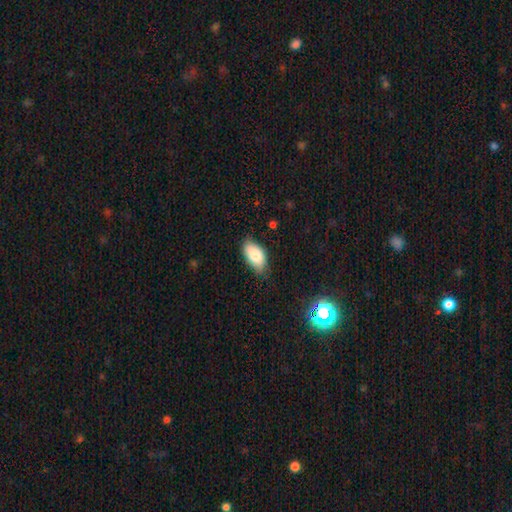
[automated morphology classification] Smooth or featured?
  - smooth: 82% *
  - featured or disk: 11%
  - star or artifact: 7%
How rounded?
  - in between: 93% *
  - round: 5%
  - cigar-shaped: 2%
Merging?
  - none: 71% *
  - minor disturbance: 24%
  - major disturbance: 4%
  - merger: 1%